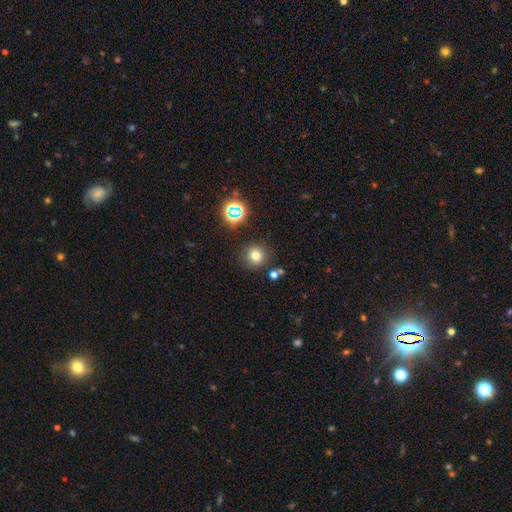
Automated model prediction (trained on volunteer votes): Smooth or featured? Predicted: smooth (p=0.74). How rounded? Predicted: round (p=0.92). Merging? Predicted: none (p=0.85).